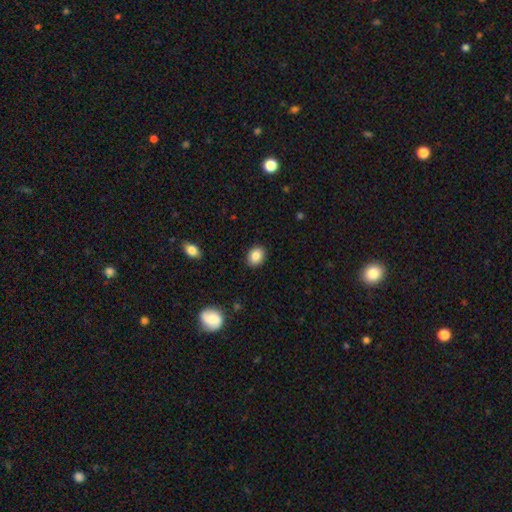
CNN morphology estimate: Smooth or featured: smooth — 86% (star or artifact — 8%)
How rounded: in between — 58% (round — 41%)
Merging: none — 90% (minor disturbance — 7%)